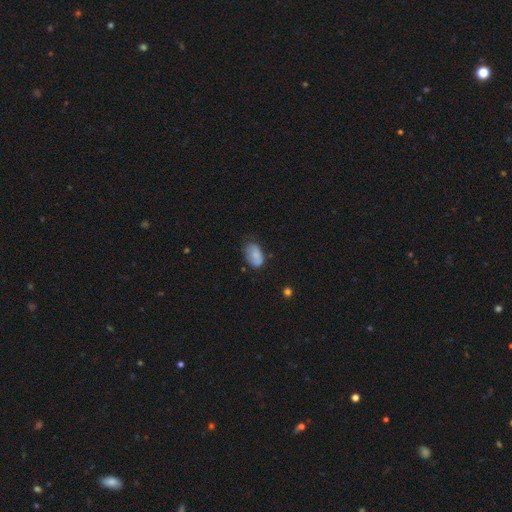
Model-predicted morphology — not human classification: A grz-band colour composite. It shows a smooth galaxy with no disk features (74%) that is in between round and cigar-shaped (88%). Merging: none (53%).